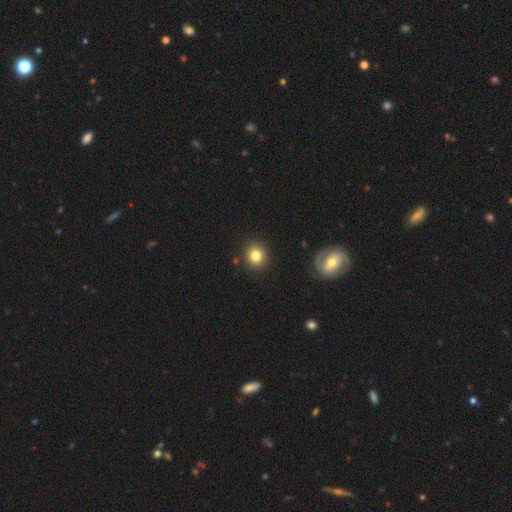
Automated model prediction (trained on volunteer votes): Smooth or featured?
  - smooth: 83% *
  - star or artifact: 10%
  - featured or disk: 7%
How rounded?
  - round: 85% *
  - in between: 14%
  - cigar-shaped: 1%
Merging?
  - none: 88% *
  - minor disturbance: 7%
  - merger: 2%
  - major disturbance: 2%